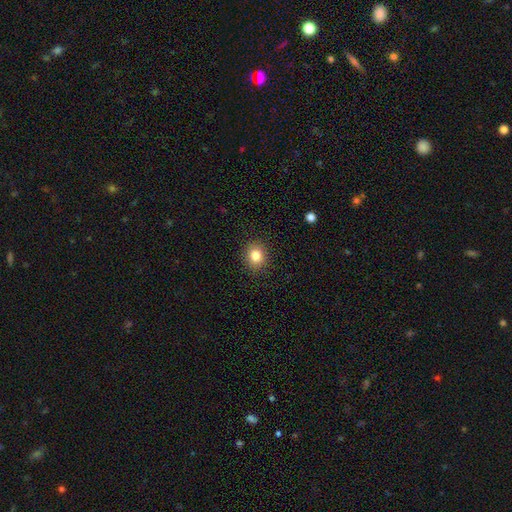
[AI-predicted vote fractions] Smooth or featured: smooth — 82% (star or artifact — 11%)
How rounded: round — 76% (in between — 23%)
Merging: none — 90% (minor disturbance — 6%)